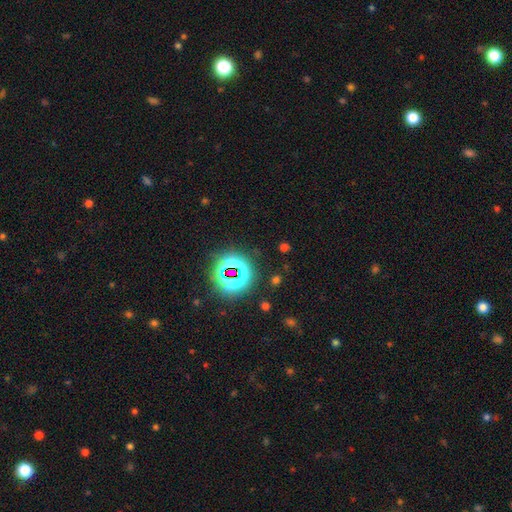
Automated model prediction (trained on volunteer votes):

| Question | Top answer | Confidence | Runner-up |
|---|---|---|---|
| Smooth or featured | star or artifact | 82% | smooth (11%) |